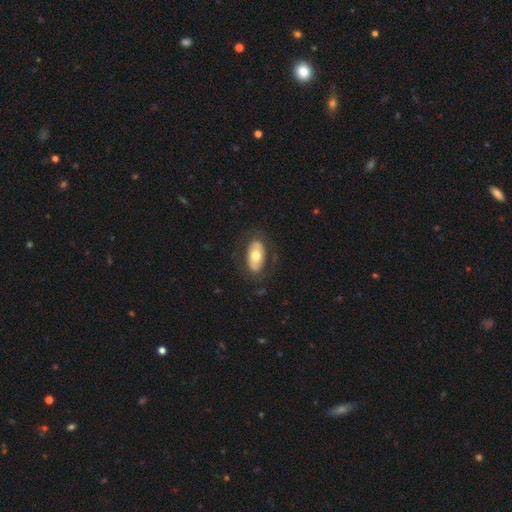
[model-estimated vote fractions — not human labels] A smooth galaxy with no disk features (58%) that is in between round and cigar-shaped (92%). Merging: none (78%).